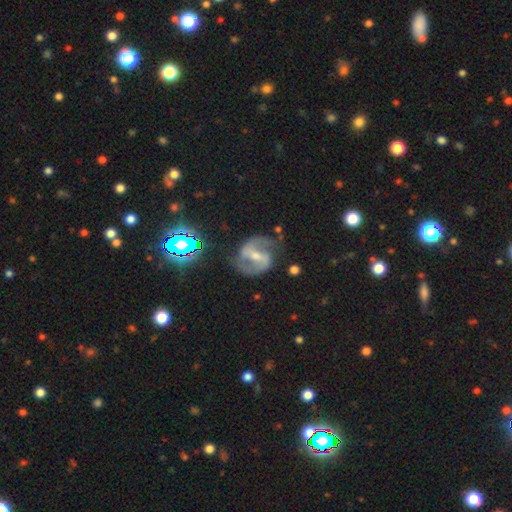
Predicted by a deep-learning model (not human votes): This is clearly a featured or disk galaxy (85%). It is clearly not viewed edge-on (97%). Bar: possibly strong (59%). Spiral arm pattern: clearly yes (95%). Spiral arm count: clearly 2 (92%). Spiral winding: possibly medium (57%). Central bulge: possibly small (48%). Merging: likely none (75%).